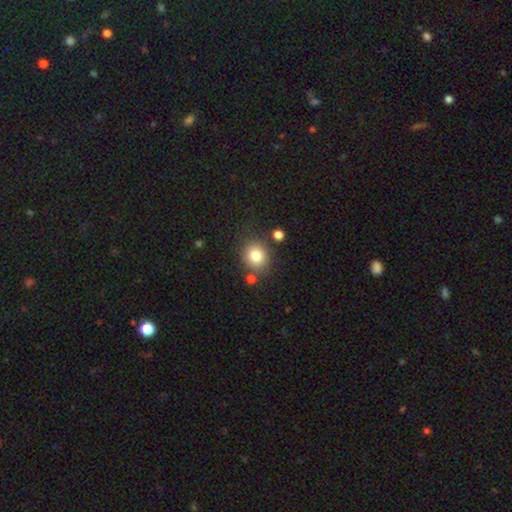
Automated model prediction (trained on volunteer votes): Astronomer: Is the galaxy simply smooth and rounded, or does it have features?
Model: smooth — 81%.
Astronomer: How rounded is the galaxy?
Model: round — 75%.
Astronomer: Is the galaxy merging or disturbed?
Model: none — 78%.